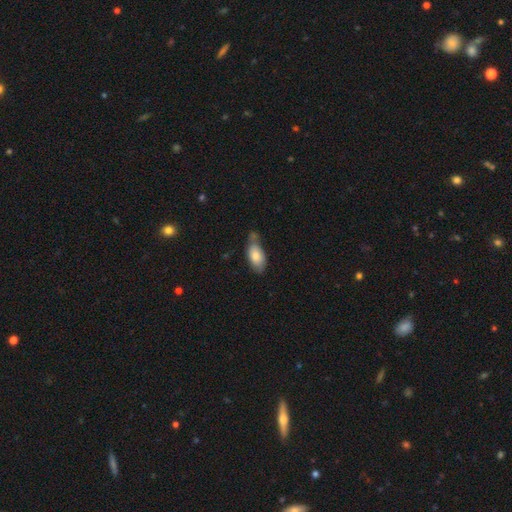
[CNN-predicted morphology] The model was most divided on "merging": none: 47%, minor disturbance: 29%, merger: 16%, major disturbance: 9%. More confident: how rounded — in between (92%); smooth or featured — smooth (77%).